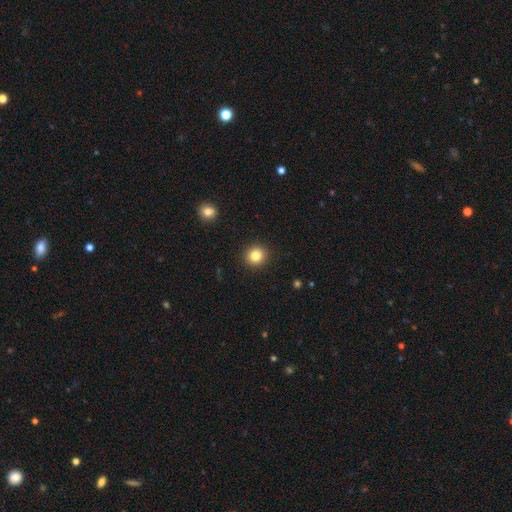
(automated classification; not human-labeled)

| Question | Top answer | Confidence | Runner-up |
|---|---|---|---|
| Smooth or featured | smooth | 82% | star or artifact (11%) |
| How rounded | round | 91% | in between (8%) |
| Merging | none | 92% | minor disturbance (5%) |